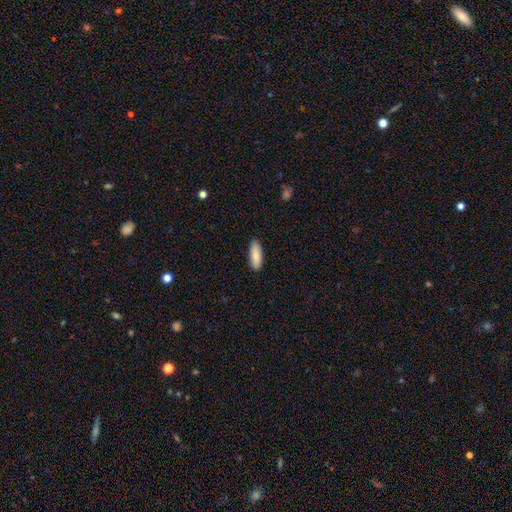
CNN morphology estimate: Q: Smooth or featured?
A: smooth (87%); runner-up: featured or disk (7%)
Q: How rounded?
A: in between (68%); runner-up: cigar-shaped (30%)
Q: Merging?
A: none (90%); runner-up: minor disturbance (8%)